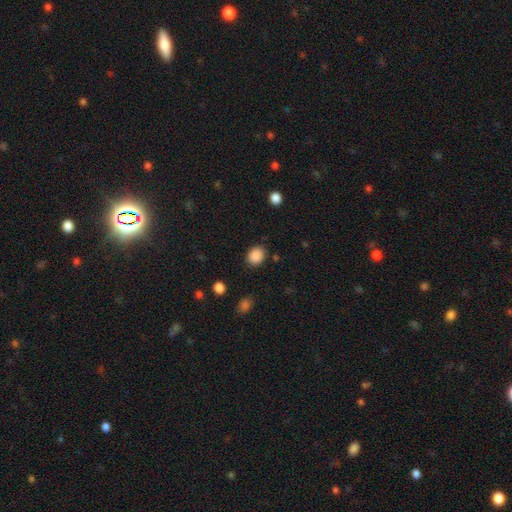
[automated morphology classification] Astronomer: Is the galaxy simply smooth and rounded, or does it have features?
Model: smooth — 88%.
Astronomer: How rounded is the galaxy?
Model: in between — 50% (runner-up: round, 49%).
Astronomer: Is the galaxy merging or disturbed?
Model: none — 85%.